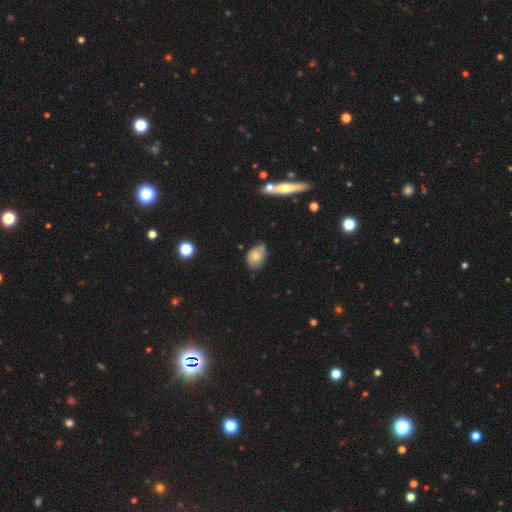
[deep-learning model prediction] This is likely a smooth galaxy (67%). How rounded: likely in between (77%). Merging: possibly none (55%).